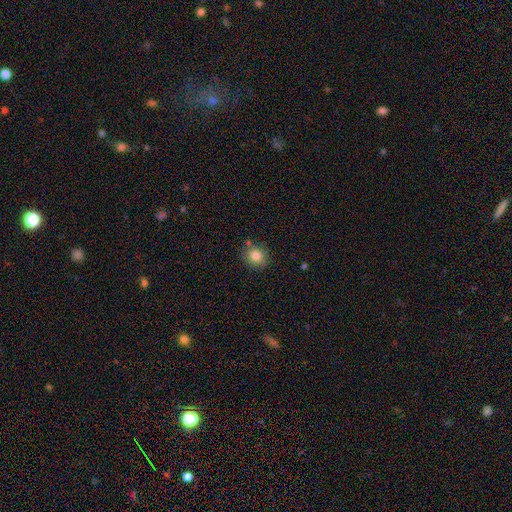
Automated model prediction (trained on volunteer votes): Smooth or featured: smooth — 83% (star or artifact — 10%)
How rounded: round — 81% (in between — 18%)
Merging: none — 80% (minor disturbance — 12%)